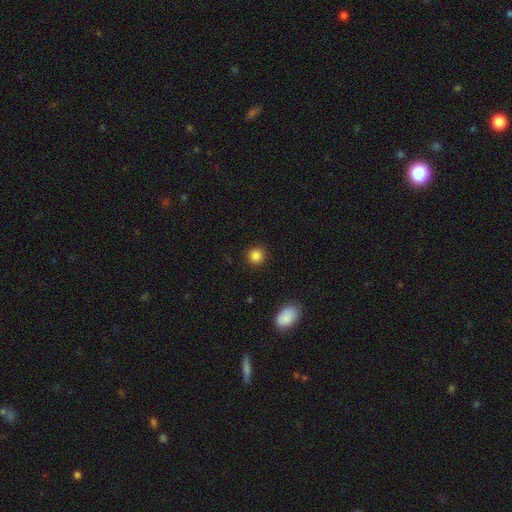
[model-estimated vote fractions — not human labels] smooth 86%, star or artifact 11%, featured or disk 3%. Down the decision tree: how rounded — round (91%); merging — none (90%).